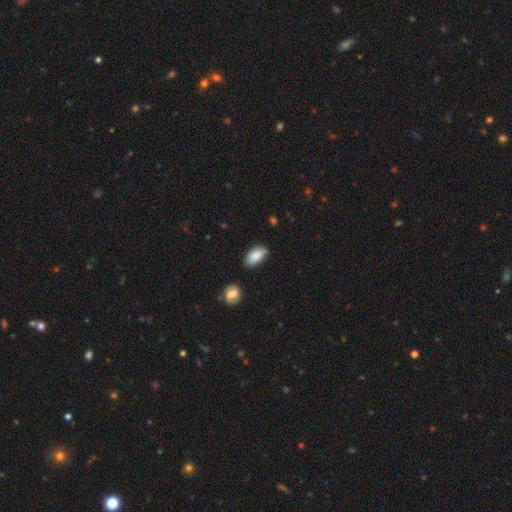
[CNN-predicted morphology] smooth-or-featured: smooth: 85% | featured or disk: 8% | star or artifact: 7%
  how-rounded: in between: 93% | round: 4% | cigar-shaped: 3%
  merging: none: 66% | minor disturbance: 26% | major disturbance: 4% | merger: 4%